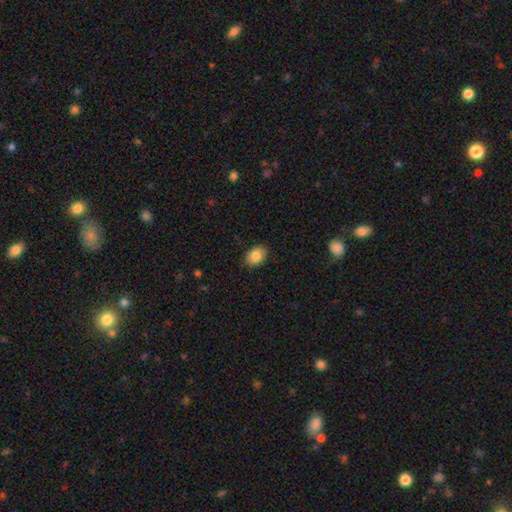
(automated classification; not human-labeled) smooth_or_featured: smooth (p=0.85) [alt: star or artifact p=0.08]
how_rounded: in between (p=0.77) [alt: round p=0.22]
merging: none (p=0.86) [alt: minor disturbance p=0.11]